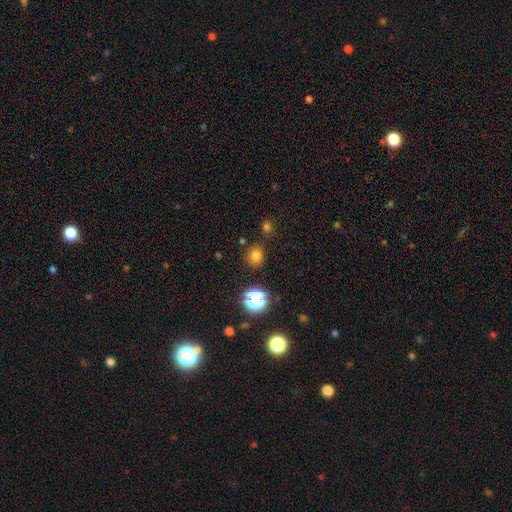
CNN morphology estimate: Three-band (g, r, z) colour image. It shows a smooth galaxy with no disk features (74%) that is round (78%). Merging: none (82%).